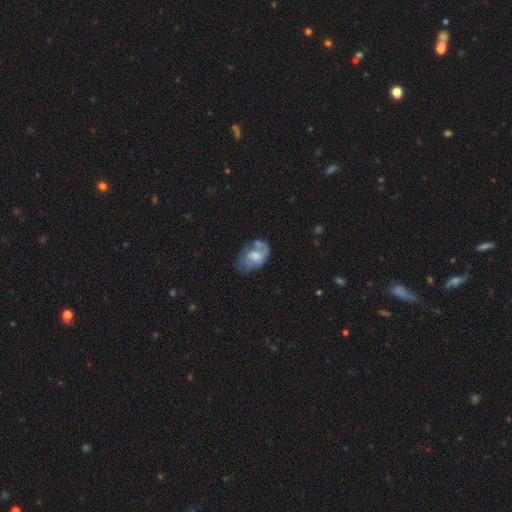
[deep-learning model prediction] Smooth or featured? Predicted: featured or disk (p=0.46, tied with smooth). Merging? Predicted: none (p=0.38).